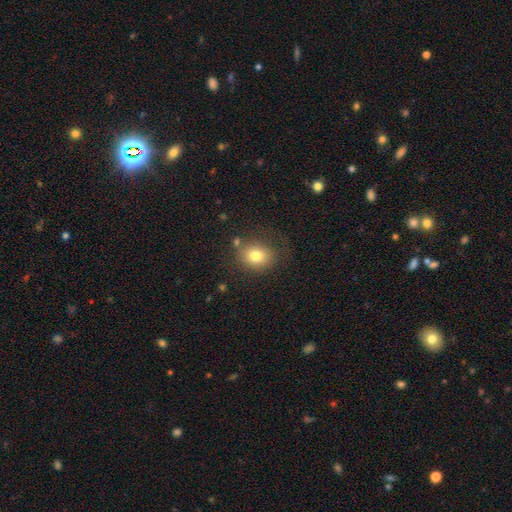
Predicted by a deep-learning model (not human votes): A smooth galaxy with no disk features (78%) that is round (61%).

Vote fractions:
- Smooth or featured? smooth: 78% / star or artifact: 11% / featured or disk: 11%
- How rounded? round: 61% / in between: 38% / cigar-shaped: 1%
- Merging? none: 74% / minor disturbance: 15% / major disturbance: 7% / merger: 4%